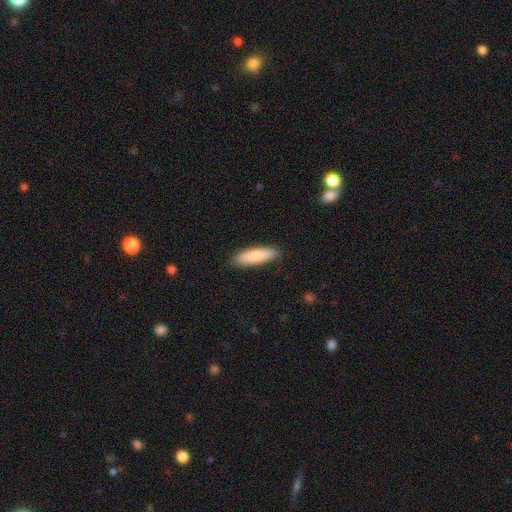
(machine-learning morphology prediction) This is clearly a smooth galaxy (82%). How rounded: likely cigar-shaped (67%). Merging: clearly none (89%).